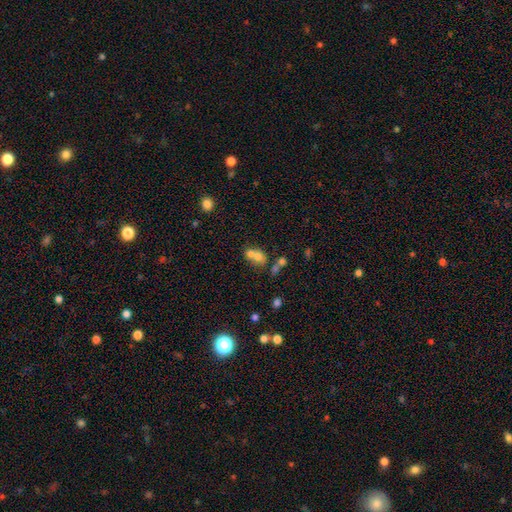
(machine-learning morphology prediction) smooth_or_featured: smooth (p=0.67) [alt: featured or disk p=0.21]
how_rounded: round (p=0.58) [alt: in between p=0.40]
merging: merger (p=0.66) [alt: none p=0.24]